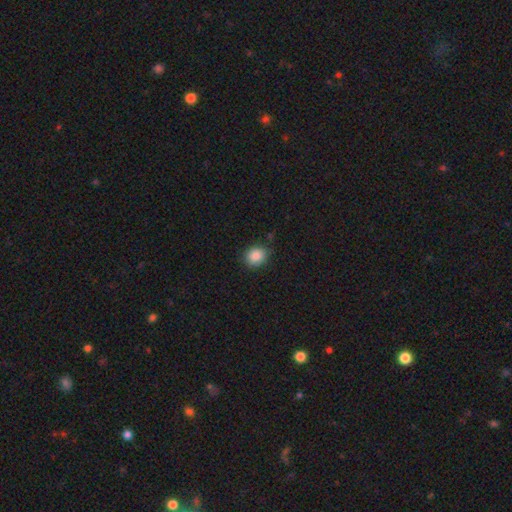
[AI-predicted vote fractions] Overall: smooth (87%). How rounded: round (59%; in between 40%). Merging: none (83%).